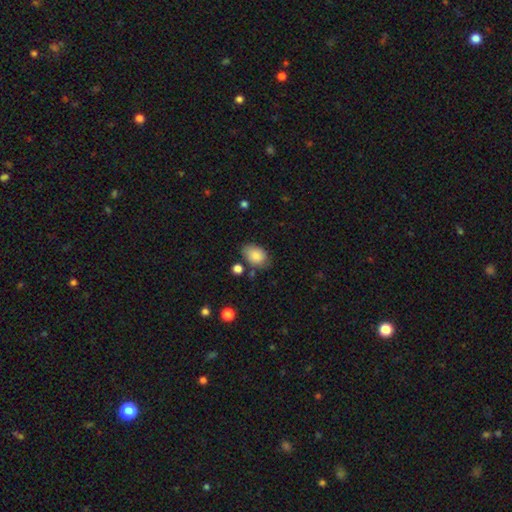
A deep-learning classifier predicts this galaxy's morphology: Smooth or featured: smooth — 85% (featured or disk — 8%)
How rounded: in between — 82% (round — 17%)
Merging: none — 71% (minor disturbance — 19%)